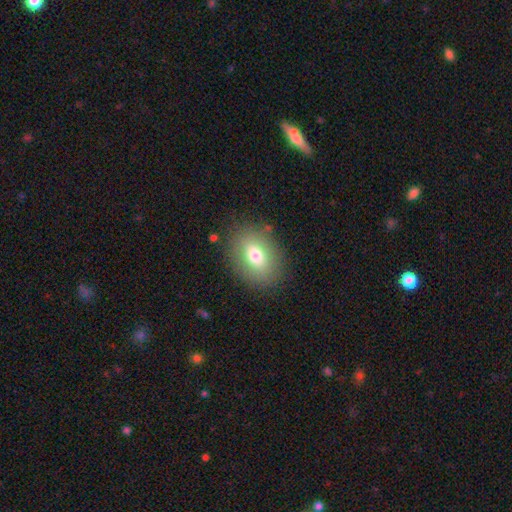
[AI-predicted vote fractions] This appears to be a smooth galaxy with no disk features (74%) that is in between round and cigar-shaped (72%). Merging: none (84%).